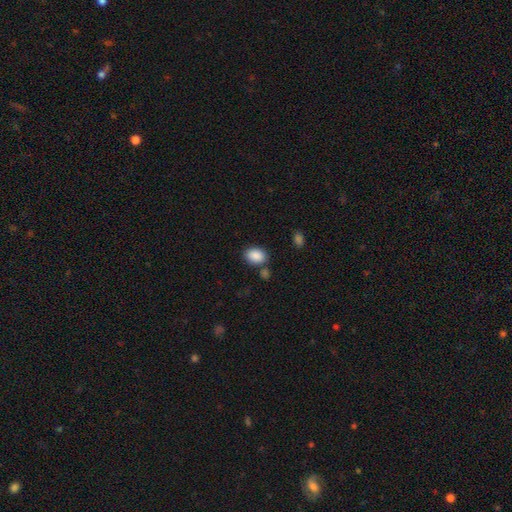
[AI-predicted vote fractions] smooth 89%, star or artifact 8%, featured or disk 4%. Down the decision tree: how rounded — in between (72%); merging — none (76%).